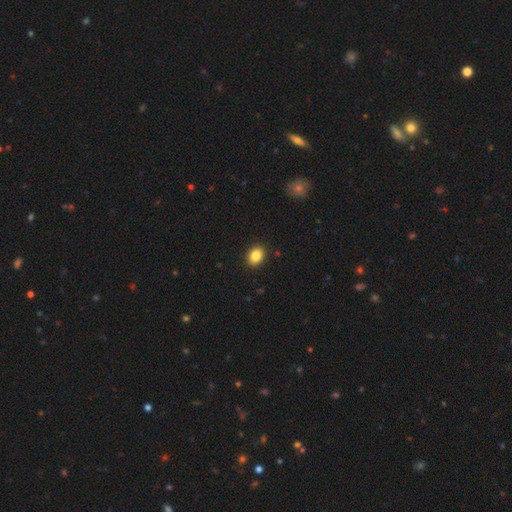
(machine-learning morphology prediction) Smooth or featured: smooth — 85% (star or artifact — 9%)
How rounded: in between — 62% (round — 37%)
Merging: none — 90% (minor disturbance — 7%)